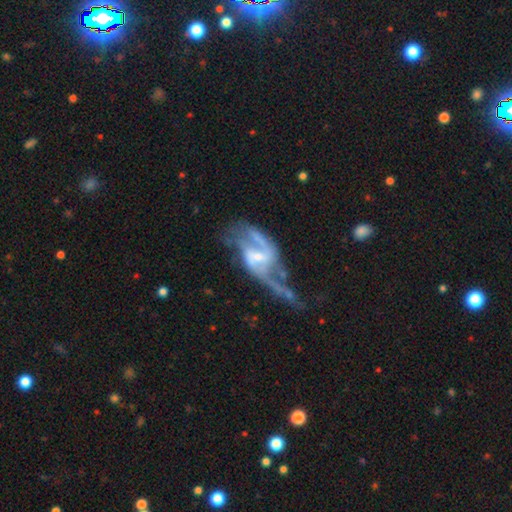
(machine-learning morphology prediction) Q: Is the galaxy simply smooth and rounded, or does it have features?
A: featured or disk — 87%.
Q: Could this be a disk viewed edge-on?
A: no — 95%.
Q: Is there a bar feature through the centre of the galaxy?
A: weak — 51%.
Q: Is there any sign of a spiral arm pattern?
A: yes — 93%.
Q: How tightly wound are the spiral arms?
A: loose — 59%.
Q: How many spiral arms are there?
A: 2 — 84%.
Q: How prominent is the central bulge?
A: small — 51%.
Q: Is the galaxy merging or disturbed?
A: none — 37%.